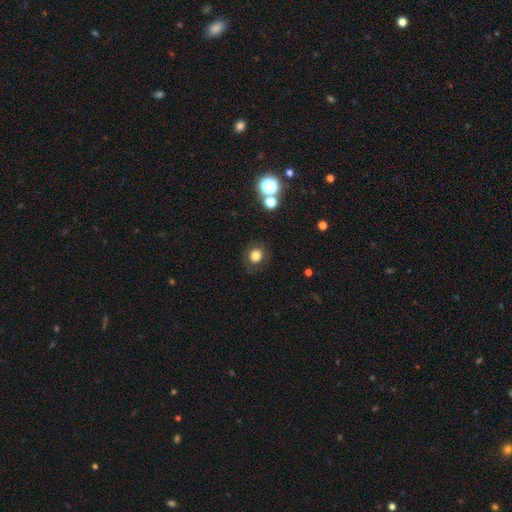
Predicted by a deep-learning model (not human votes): Smooth or featured: smooth — 77% (star or artifact — 13%)
How rounded: round — 78% (in between — 21%)
Merging: none — 80% (minor disturbance — 12%)